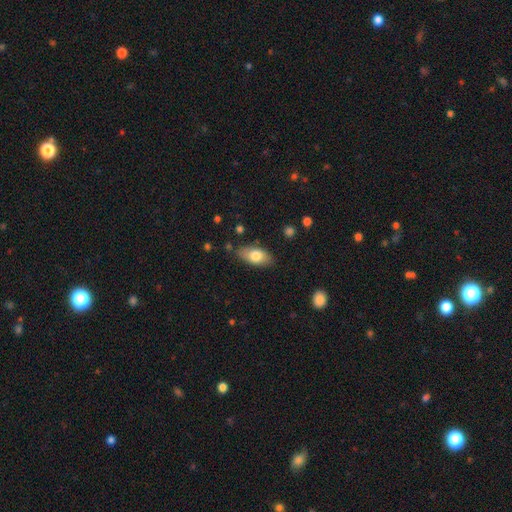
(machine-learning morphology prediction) This appears to be a smooth galaxy with no disk features (77%) that is in between round and cigar-shaped (89%). Merging: none (82%).